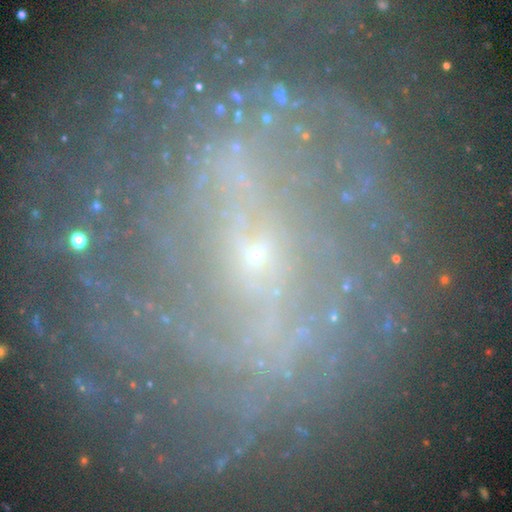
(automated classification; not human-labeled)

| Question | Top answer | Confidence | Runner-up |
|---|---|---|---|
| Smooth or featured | featured or disk | 80% | star or artifact (12%) |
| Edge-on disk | no | 96% | yes (4%) |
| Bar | weak | 37% | no (33%) |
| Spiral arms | yes | 90% | no (10%) |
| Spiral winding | tight | 49% | medium (35%) |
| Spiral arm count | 2 | 34% | can't tell (29%) |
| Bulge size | small | 84% | moderate (8%) |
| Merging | none | 68% | minor disturbance (17%) |